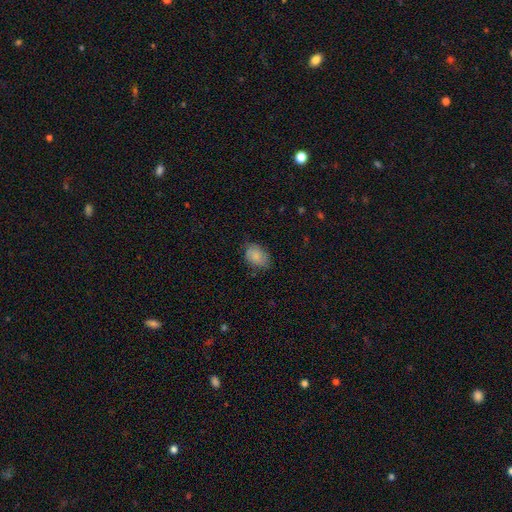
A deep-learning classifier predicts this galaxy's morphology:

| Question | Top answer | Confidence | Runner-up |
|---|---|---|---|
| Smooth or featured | smooth | 80% | featured or disk (12%) |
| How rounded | in between | 78% | round (21%) |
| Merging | none | 71% | minor disturbance (23%) |